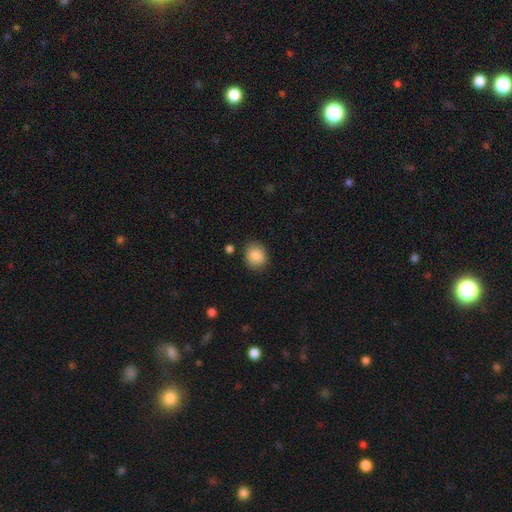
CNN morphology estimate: A smooth galaxy with no disk features (87%) that is round (71%).

Vote fractions:
- Smooth or featured? smooth: 87% / star or artifact: 8% / featured or disk: 5%
- How rounded? round: 71% / in between: 29% / cigar-shaped: 1%
- Merging? none: 85% / minor disturbance: 10% / major disturbance: 3% / merger: 2%